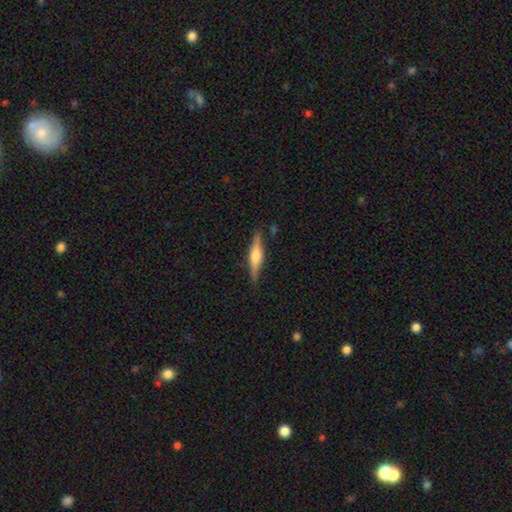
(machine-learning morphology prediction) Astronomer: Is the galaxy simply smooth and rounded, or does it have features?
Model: featured or disk — 66%.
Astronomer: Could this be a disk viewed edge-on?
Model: yes — 97%.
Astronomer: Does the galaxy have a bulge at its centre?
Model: rounded — 81%.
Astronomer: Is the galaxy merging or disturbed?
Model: none — 85%.